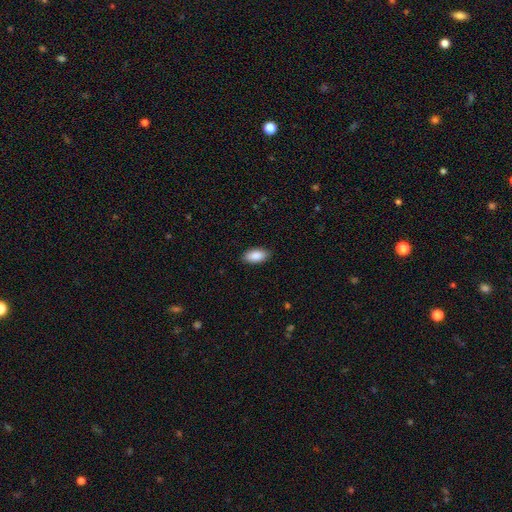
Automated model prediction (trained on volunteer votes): This appears to be a smooth galaxy with no disk features (89%) that is in between round and cigar-shaped (93%). Merging: none (88%).